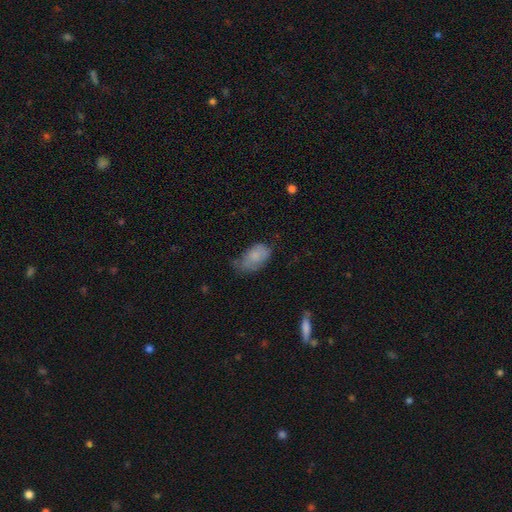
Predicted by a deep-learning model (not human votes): smooth_or_featured: smooth (p=0.76) [alt: featured or disk p=0.16]
how_rounded: in between (p=0.92) [alt: round p=0.05]
merging: minor disturbance (p=0.42) [alt: none p=0.39]